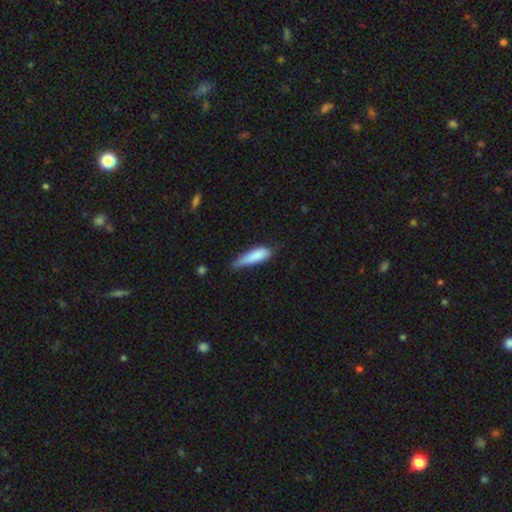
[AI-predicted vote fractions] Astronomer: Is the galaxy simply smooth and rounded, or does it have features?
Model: smooth — 82%.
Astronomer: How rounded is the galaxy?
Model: cigar-shaped — 60% (runner-up: in between, 38%).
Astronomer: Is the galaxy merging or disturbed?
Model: minor disturbance — 46% (runner-up: none, 37%).